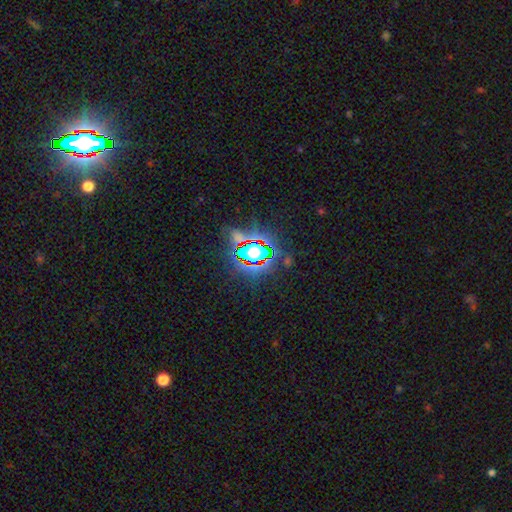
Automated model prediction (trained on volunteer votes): Morphology: type=star or artifact (77%).